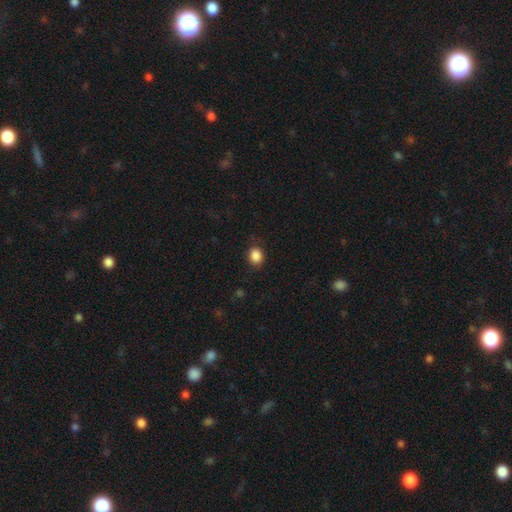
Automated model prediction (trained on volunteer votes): smooth_or_featured: smooth (p=0.87) [alt: star or artifact p=0.10]
how_rounded: round (p=0.64) [alt: in between p=0.36]
merging: none (p=0.84) [alt: minor disturbance p=0.12]